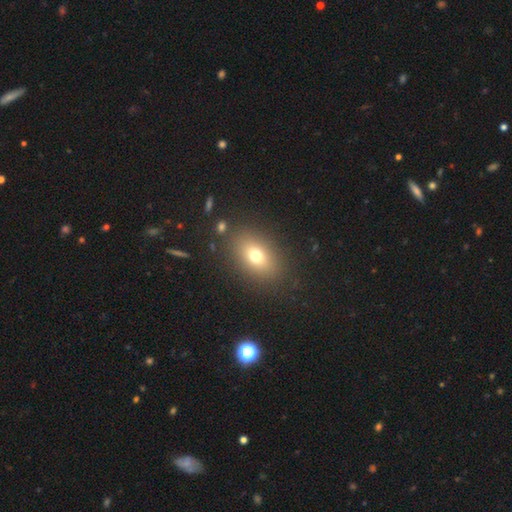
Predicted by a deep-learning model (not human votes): Q: Smooth or featured?
A: smooth (72%); runner-up: featured or disk (14%)
Q: How rounded?
A: in between (74%); runner-up: round (24%)
Q: Merging?
A: none (85%); runner-up: minor disturbance (8%)